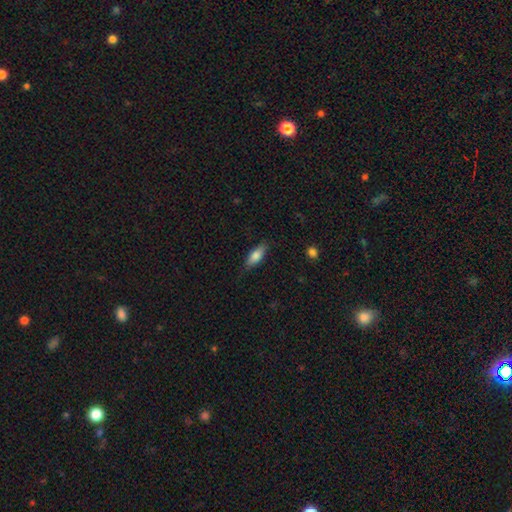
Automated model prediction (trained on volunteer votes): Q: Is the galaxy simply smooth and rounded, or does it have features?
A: smooth — 77%.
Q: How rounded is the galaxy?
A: in between — 70%.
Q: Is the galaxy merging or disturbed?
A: none — 80%.